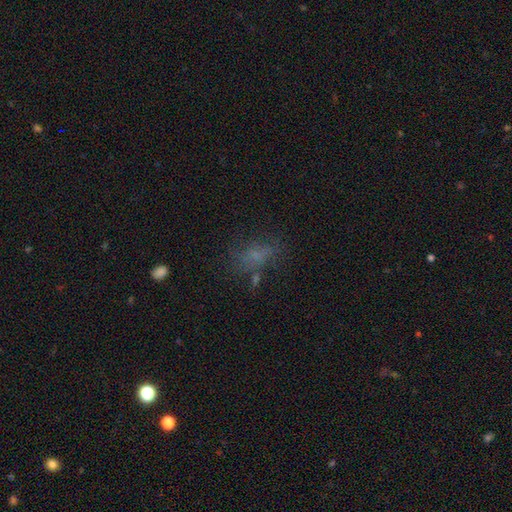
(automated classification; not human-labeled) Smooth or featured? smooth (55%)
How rounded? in between (76%)
Merging? none (55%)